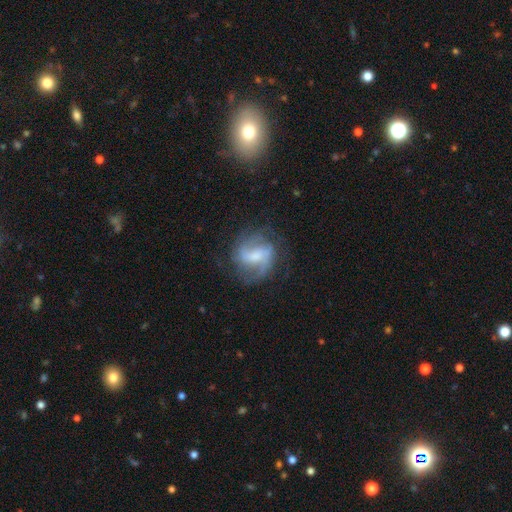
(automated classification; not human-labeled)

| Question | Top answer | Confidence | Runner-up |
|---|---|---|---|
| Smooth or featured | featured or disk | 80% | smooth (13%) |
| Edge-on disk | no | 98% | yes (2%) |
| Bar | weak | 52% | strong (28%) |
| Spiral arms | yes | 94% | no (6%) |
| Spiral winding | medium | 51% | tight (26%) |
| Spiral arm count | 2 | 72% | can't tell (11%) |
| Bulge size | moderate | 38% | tied: small (38%) |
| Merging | none | 70% | minor disturbance (17%) |